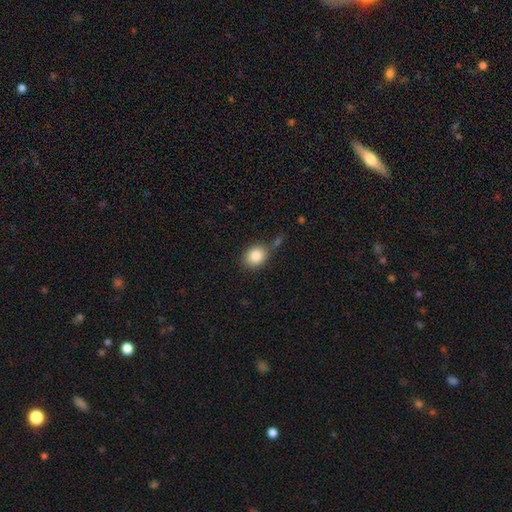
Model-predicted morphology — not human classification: Smooth or featured? Predicted: smooth (p=0.86). How rounded? Predicted: round (p=0.53). Merging? Predicted: none (p=0.69).